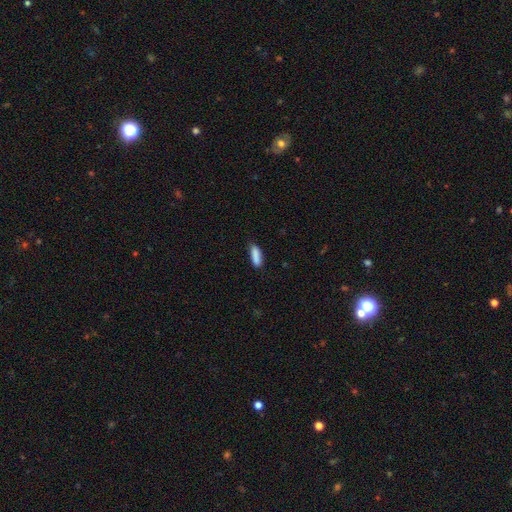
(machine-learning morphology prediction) type=smooth (87%); roundness=cigar-shaped (52%); merging=none (81%).